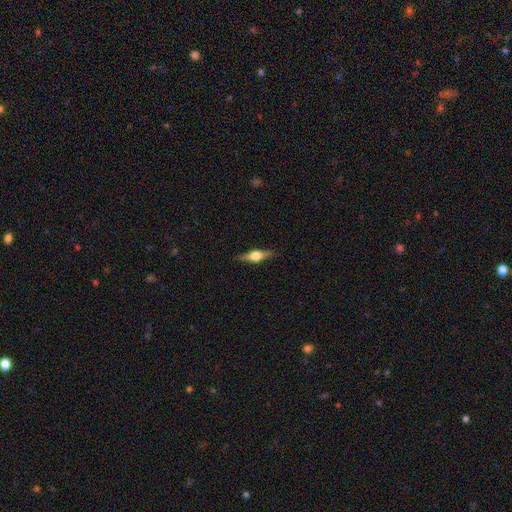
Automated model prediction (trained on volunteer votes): This is likely a featured or disk galaxy (70%). It is clearly viewed edge-on (97%). Edge-on bulge: clearly rounded (93%). Merging: clearly none (88%).